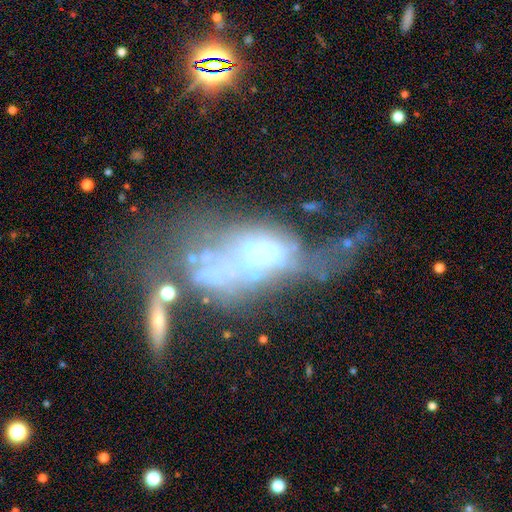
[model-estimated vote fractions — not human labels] The model was most divided on "bulge size": none: 32%, moderate: 31%, large: 16%, small: 16%, dominant: 5%. Remaining: edge-on disk — no (88%); spiral arms — no (87%); bar — no (78%); smooth or featured — featured or disk (60%); merging — major disturbance (43%).